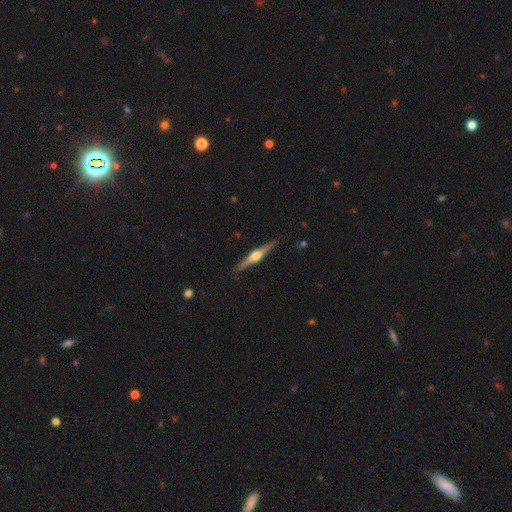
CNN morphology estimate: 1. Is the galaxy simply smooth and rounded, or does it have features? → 82% featured or disk, 13% smooth, 5% star or artifact.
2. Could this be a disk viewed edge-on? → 98% yes, 2% no.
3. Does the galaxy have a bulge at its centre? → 95% rounded, 3% boxy, 2% none.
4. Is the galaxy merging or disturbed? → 90% none, 7% minor disturbance, 1% major disturbance, 1% merger.